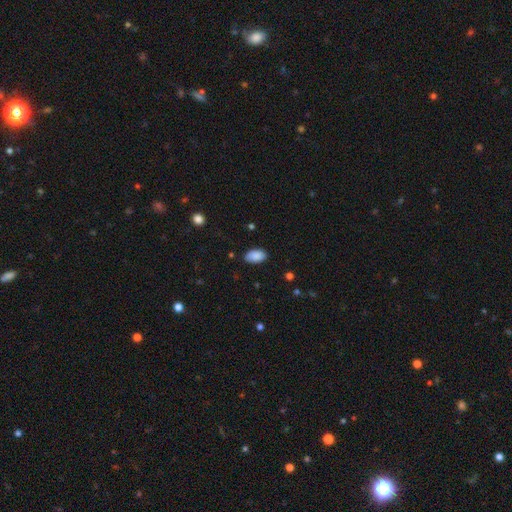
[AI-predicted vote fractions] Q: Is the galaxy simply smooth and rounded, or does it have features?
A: smooth — 88%.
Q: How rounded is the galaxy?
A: in between — 94%.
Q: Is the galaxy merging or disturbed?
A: none — 83%.